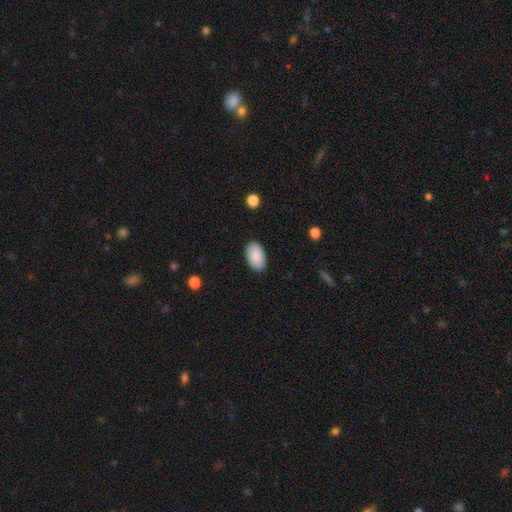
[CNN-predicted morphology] The model was most divided on "merging": none: 88%, minor disturbance: 9%, major disturbance: 2%, merger: 1%. More confident: how rounded — in between (95%); smooth or featured — smooth (90%).